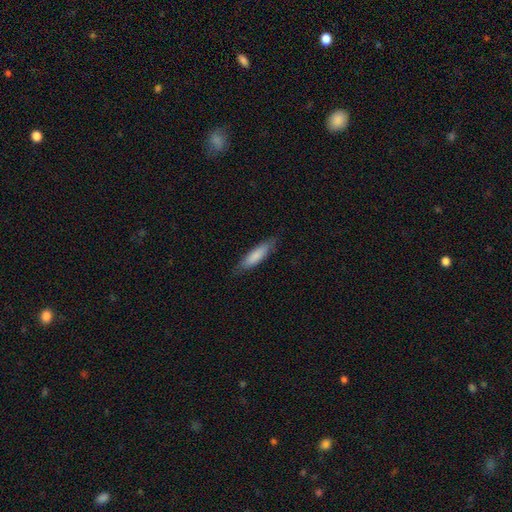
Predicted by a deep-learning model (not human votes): Smooth or featured? smooth (82%)
How rounded? cigar-shaped (67%)
Merging? none (81%)